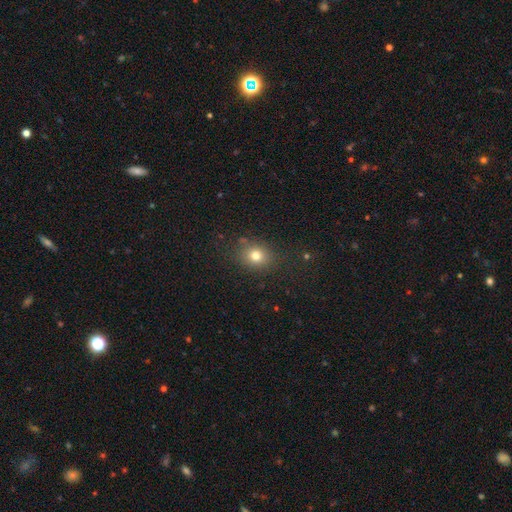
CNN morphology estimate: Smooth or featured?
  - smooth: 78% *
  - star or artifact: 14%
  - featured or disk: 8%
How rounded?
  - round: 65% *
  - in between: 34%
  - cigar-shaped: 1%
Merging?
  - none: 81% *
  - minor disturbance: 12%
  - major disturbance: 4%
  - merger: 2%